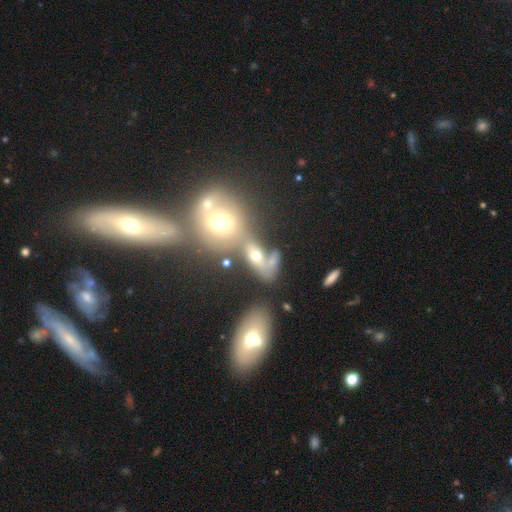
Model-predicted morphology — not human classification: smooth-or-featured: smooth: 47% | featured or disk: 37% | star or artifact: 15%
  merging: merger: 52% | none: 25% | major disturbance: 12% | minor disturbance: 11%